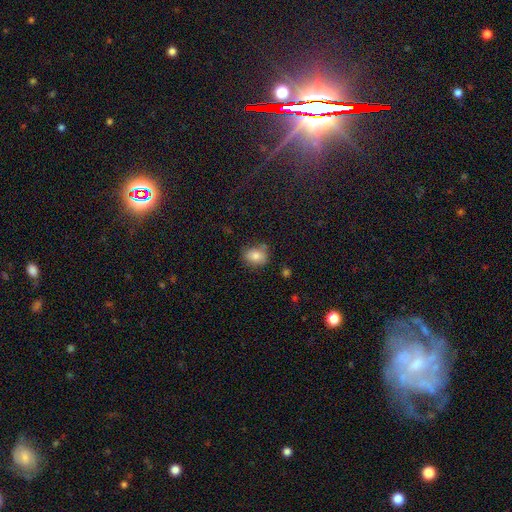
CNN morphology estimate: type=smooth (80%); roundness=in between (50%); merging=none (67%).